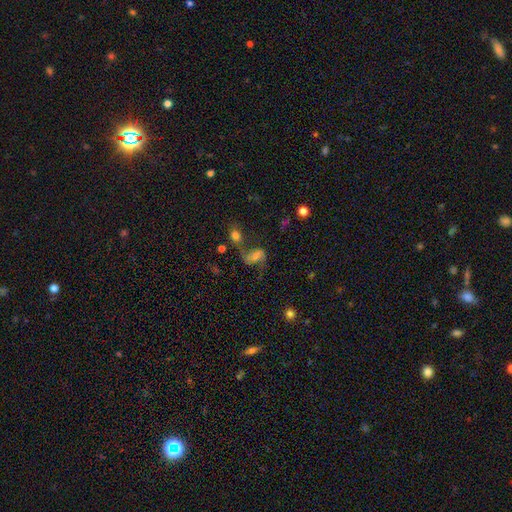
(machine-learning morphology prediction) type=featured or disk (54%); edge-on=no (96%); bar=weak (42%); spiral arms=yes (83%); bulge=moderate (37%); merging=none (36%).